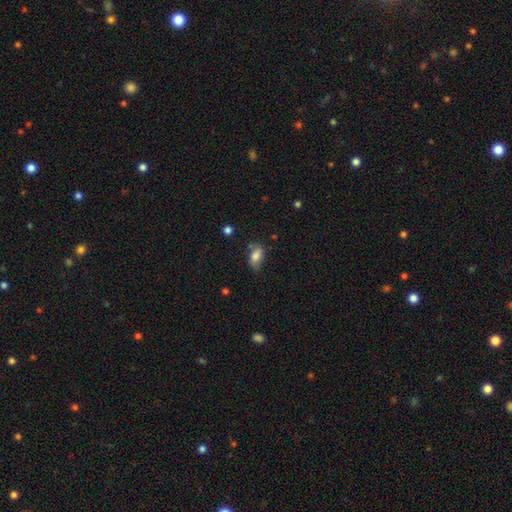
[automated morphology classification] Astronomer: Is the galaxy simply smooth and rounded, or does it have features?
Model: smooth — 76%.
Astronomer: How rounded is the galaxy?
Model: in between — 88%.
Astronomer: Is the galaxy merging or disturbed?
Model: none — 59%.